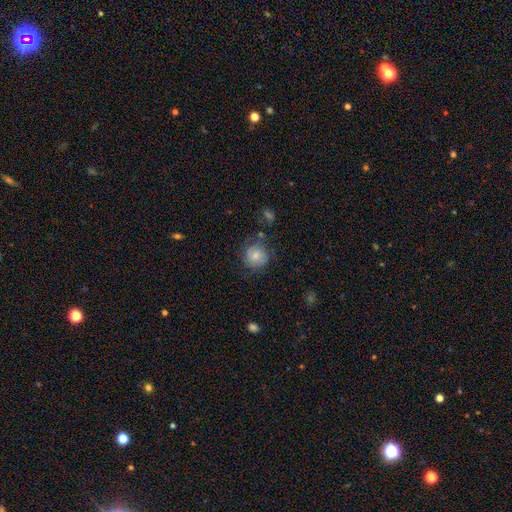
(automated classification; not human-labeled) A smooth galaxy with no disk features (61%) that is round (84%). Merging: none (62%).